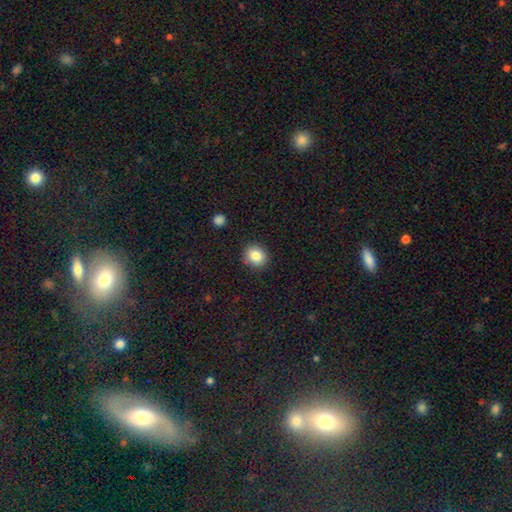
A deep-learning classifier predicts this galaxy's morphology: Smooth or featured? smooth (84%)
How rounded? round (77%)
Merging? none (88%)